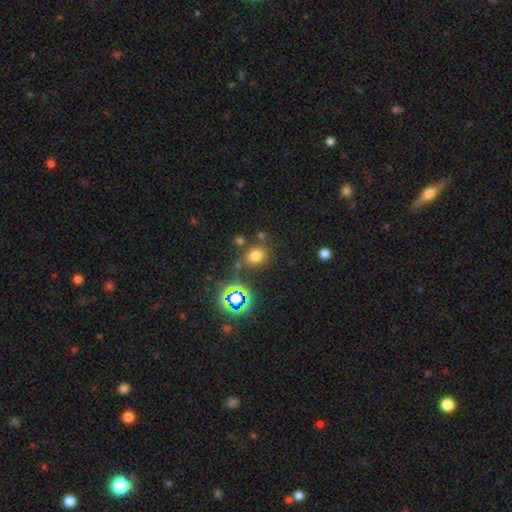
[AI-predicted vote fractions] smooth 68%, star or artifact 24%, featured or disk 8%. Down the decision tree: how rounded — round (67%); merging — none (73%).